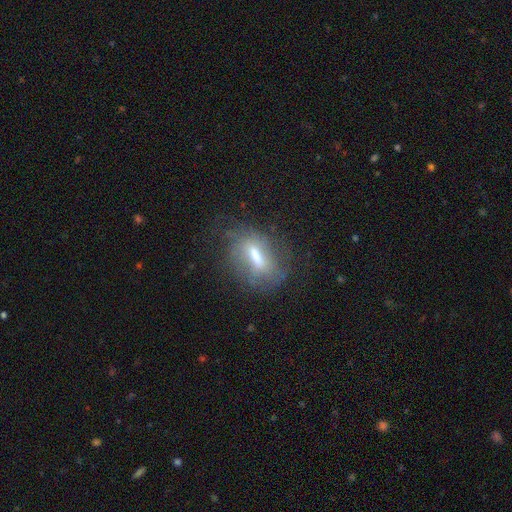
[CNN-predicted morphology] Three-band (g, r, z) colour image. It shows a featured or disk galaxy (50%). Merging: none (59%).